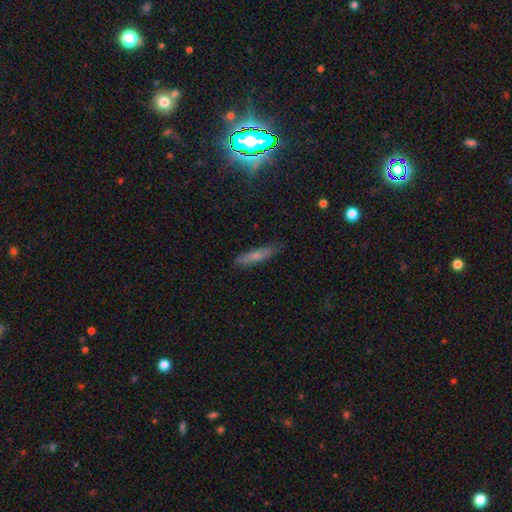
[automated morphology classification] smooth_or_featured: smooth (p=0.58) [alt: featured or disk p=0.32]
how_rounded: cigar-shaped (p=0.81) [alt: in between p=0.17]
merging: none (p=0.80) [alt: minor disturbance p=0.16]